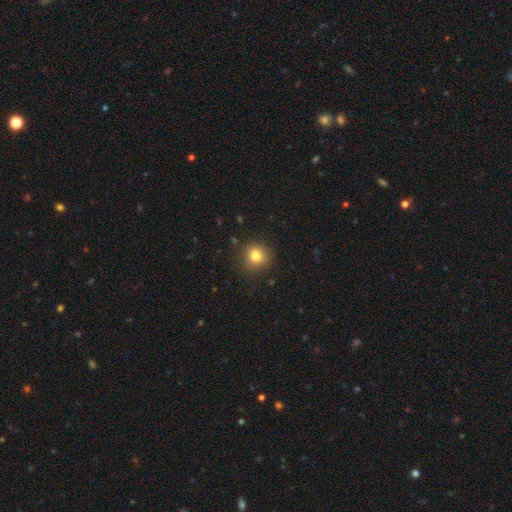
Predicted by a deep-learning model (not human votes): Smooth or featured?
  - smooth: 81% *
  - star or artifact: 12%
  - featured or disk: 7%
How rounded?
  - round: 91% *
  - in between: 8%
  - cigar-shaped: 1%
Merging?
  - none: 88% *
  - minor disturbance: 8%
  - major disturbance: 3%
  - merger: 1%